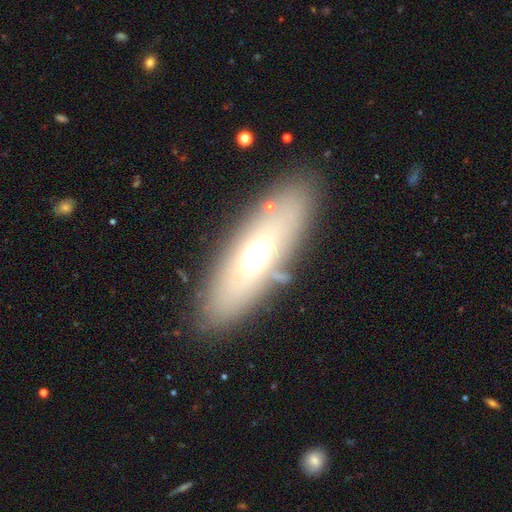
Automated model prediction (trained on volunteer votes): Smooth or featured: smooth — 56% (featured or disk — 34%)
How rounded: in between — 59% (cigar-shaped — 37%)
Merging: none — 82% (minor disturbance — 10%)